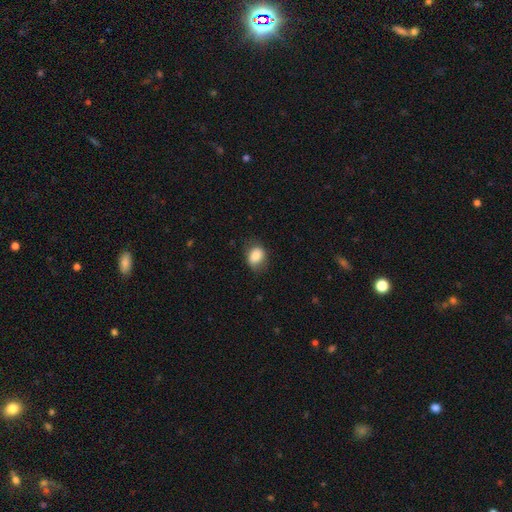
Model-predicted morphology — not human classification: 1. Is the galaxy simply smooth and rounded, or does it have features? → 84% smooth, 8% featured or disk, 8% star or artifact.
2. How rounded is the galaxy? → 62% in between, 37% round, 1% cigar-shaped.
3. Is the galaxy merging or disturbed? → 68% none, 24% minor disturbance, 7% major disturbance, 1% merger.